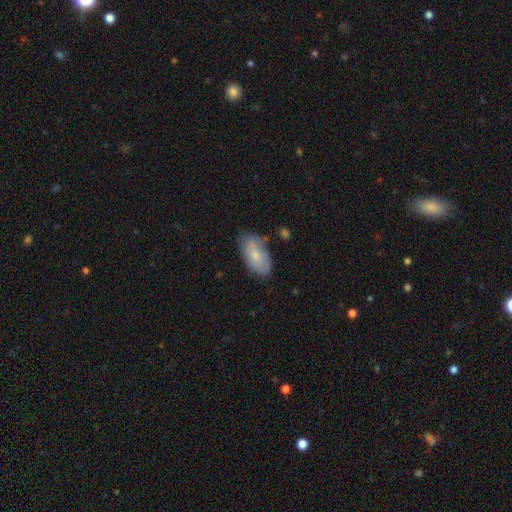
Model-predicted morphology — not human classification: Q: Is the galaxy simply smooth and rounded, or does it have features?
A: smooth — 72%.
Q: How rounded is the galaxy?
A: in between — 93%.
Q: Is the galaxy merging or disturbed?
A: none — 63%.